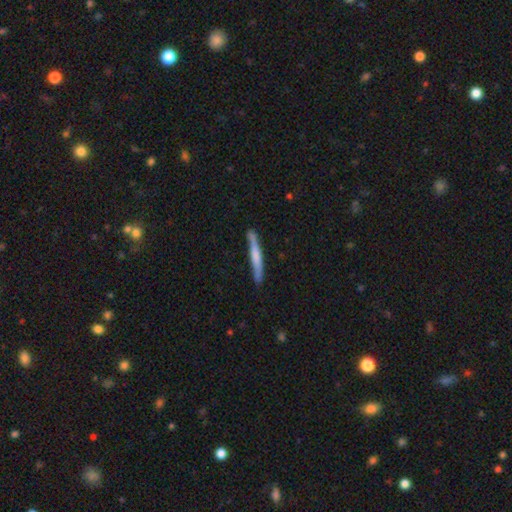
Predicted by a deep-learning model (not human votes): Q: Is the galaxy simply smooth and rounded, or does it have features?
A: smooth — 52%.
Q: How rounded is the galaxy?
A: cigar-shaped — 96%.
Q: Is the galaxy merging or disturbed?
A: none — 85%.